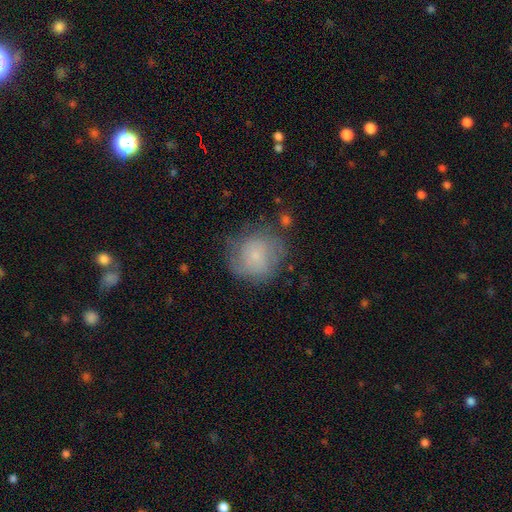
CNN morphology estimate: smooth-or-featured: smooth: 55% | featured or disk: 36% | star or artifact: 9%
  how-rounded: round: 86% | in between: 13% | cigar-shaped: 1%
  merging: none: 63% | minor disturbance: 23% | major disturbance: 11% | merger: 3%